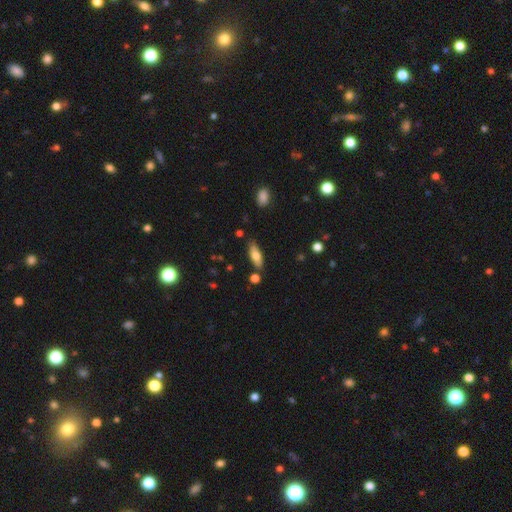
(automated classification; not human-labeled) smooth 73%, featured or disk 20%, star or artifact 7%. Down the decision tree: how rounded — in between (65%); merging — none (77%).